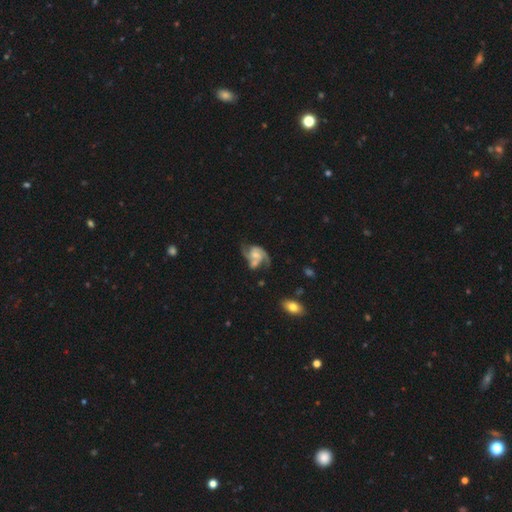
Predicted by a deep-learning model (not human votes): smooth-or-featured: featured or disk: 84% | smooth: 10% | star or artifact: 6%
  disk-edge-on: no: 98% | yes: 2%
    bar: no: 54% | weak: 36% | strong: 10%
    has-spiral-arms: yes: 95% | no: 5%
      spiral-winding: medium: 49% | loose: 35% | tight: 16%
      spiral-arm-count: 2: 78% | 3: 9% | can't tell: 5% | 1: 3% | 4: 2% | more than 4: 2%
    bulge-size: small: 42% | moderate: 30% | none: 20% | large: 7% | dominant: 2%
  merging: none: 43% | major disturbance: 20% | minor disturbance: 19% | merger: 18%